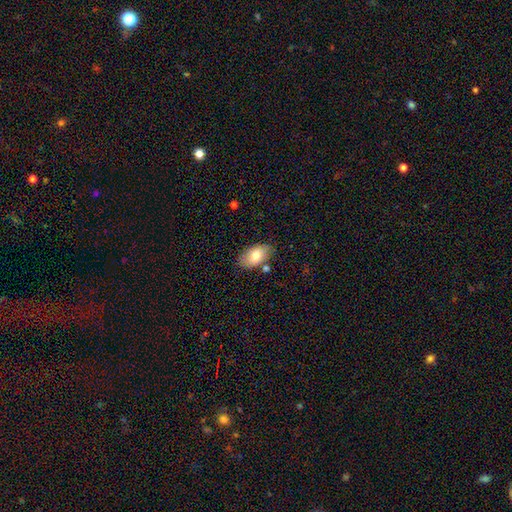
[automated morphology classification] Smooth or featured? smooth (76%)
How rounded? in between (93%)
Merging? none (76%)